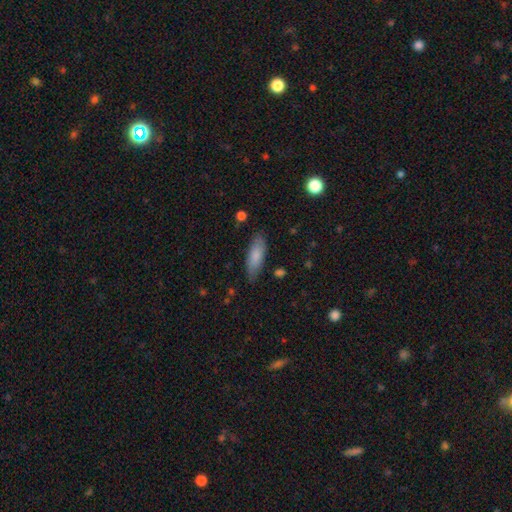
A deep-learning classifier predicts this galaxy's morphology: Q: Smooth or featured?
A: smooth (82%); runner-up: featured or disk (12%)
Q: How rounded?
A: in between (63%); runner-up: cigar-shaped (36%)
Q: Merging?
A: none (81%); runner-up: minor disturbance (15%)